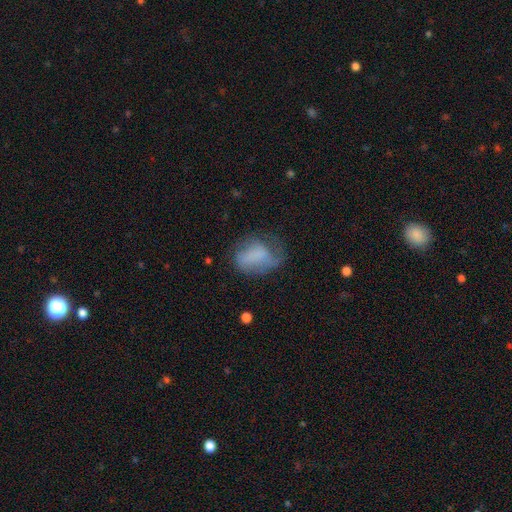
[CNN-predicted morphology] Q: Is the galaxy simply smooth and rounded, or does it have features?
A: smooth — 61%.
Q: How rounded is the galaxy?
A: in between — 76%.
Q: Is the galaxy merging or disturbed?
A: none — 37%.